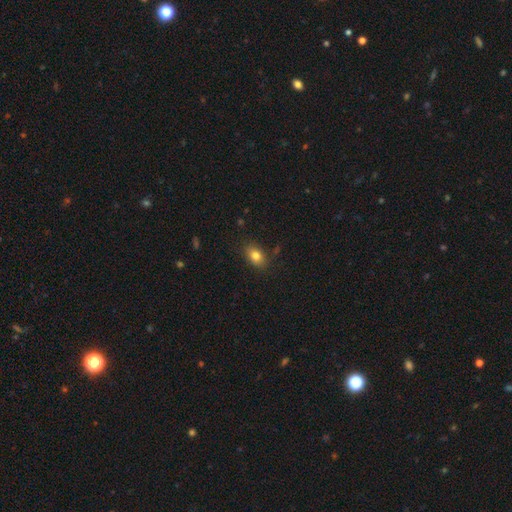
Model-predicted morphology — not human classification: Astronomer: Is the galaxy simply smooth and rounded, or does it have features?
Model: smooth — 81%.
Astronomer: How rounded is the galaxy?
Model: in between — 78%.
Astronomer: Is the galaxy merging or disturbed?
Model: none — 83%.